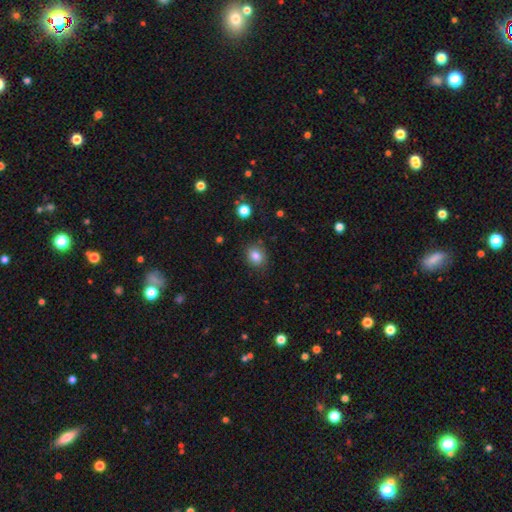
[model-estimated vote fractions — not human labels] Q: Smooth or featured?
A: smooth (83%); runner-up: star or artifact (11%)
Q: How rounded?
A: round (63%); runner-up: in between (36%)
Q: Merging?
A: none (83%); runner-up: minor disturbance (12%)